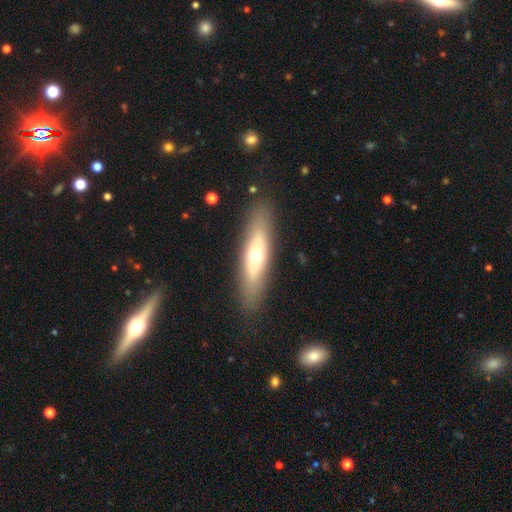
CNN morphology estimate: smooth_or_featured: smooth (p=0.48) [alt: featured or disk p=0.46]
merging: none (p=0.85) [alt: minor disturbance p=0.10]